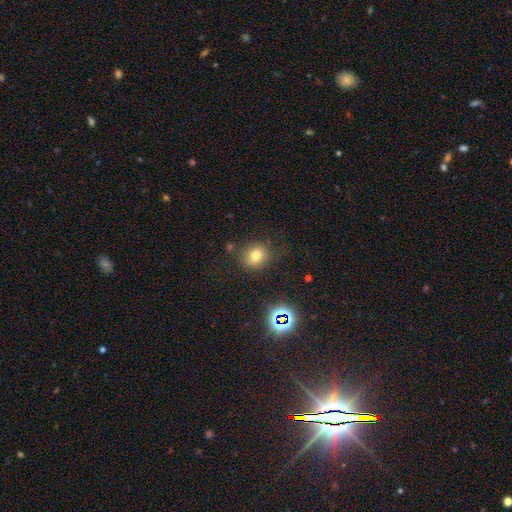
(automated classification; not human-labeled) Overall: smooth (74%). How rounded: round (72%). Merging: none (79%).